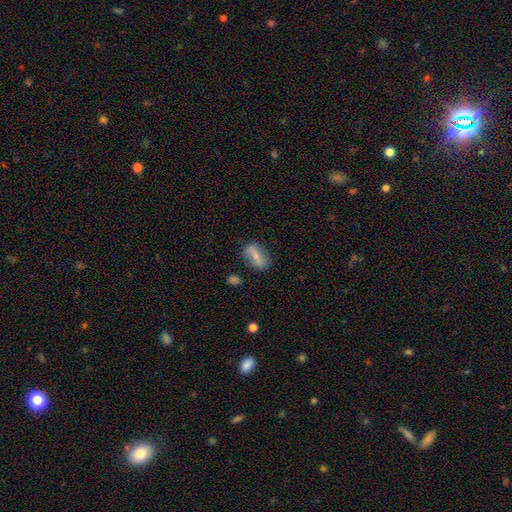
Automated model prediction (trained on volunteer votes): The model was most divided on "smooth or featured": smooth: 53%, featured or disk: 40%, star or artifact: 8%. More confident: how rounded — in between (81%); merging — none (77%).